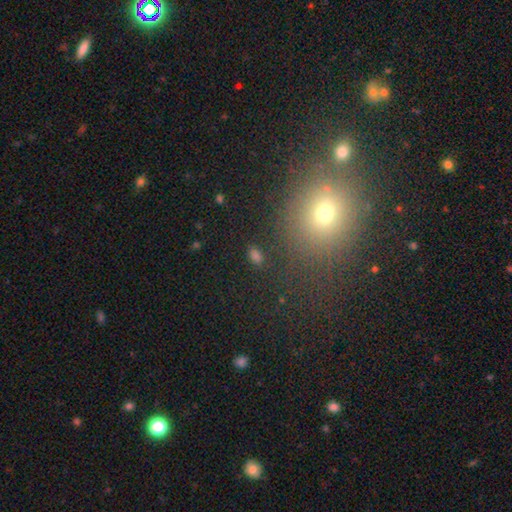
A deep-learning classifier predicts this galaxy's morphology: Smooth or featured? smooth (61%)
How rounded? in between (62%)
Merging? none (81%)